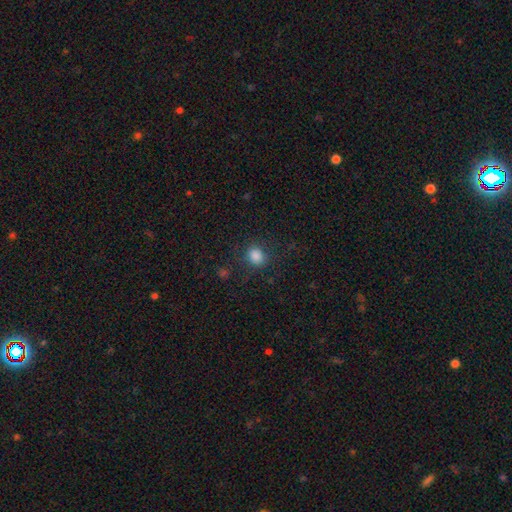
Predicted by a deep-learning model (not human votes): Overall: smooth (84%). How rounded: round (70%). Merging: none (81%).